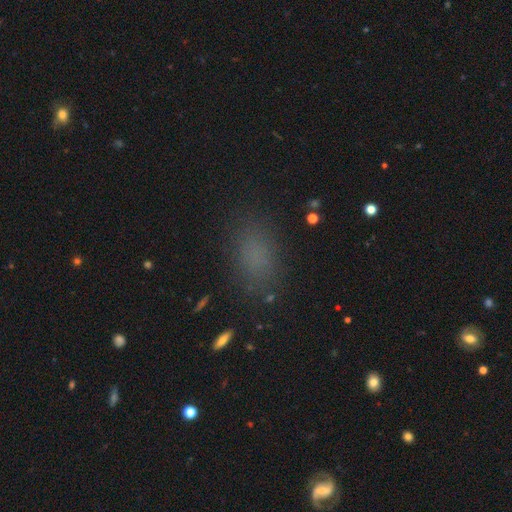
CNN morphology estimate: The model was most divided on "smooth or featured": smooth: 76%, star or artifact: 18%, featured or disk: 5%. More confident: merging — none (84%); how rounded — in between (83%).